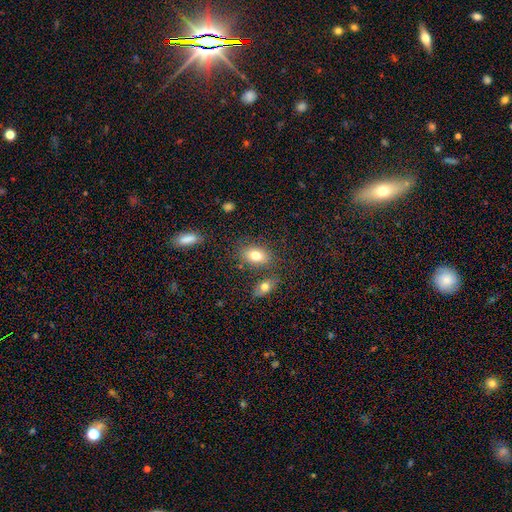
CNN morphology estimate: Smooth or featured: smooth — 79% (featured or disk — 12%)
How rounded: in between — 83% (round — 15%)
Merging: none — 72% (minor disturbance — 13%)